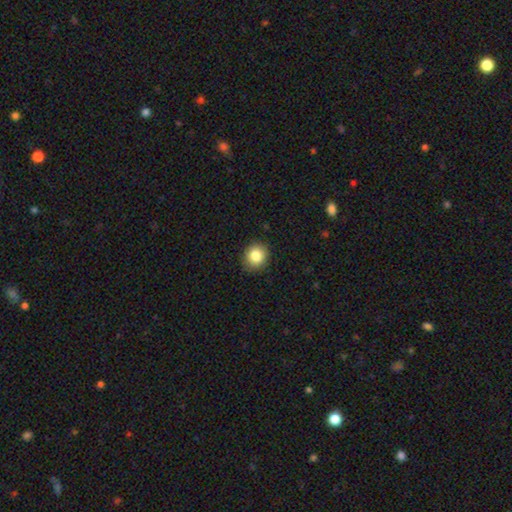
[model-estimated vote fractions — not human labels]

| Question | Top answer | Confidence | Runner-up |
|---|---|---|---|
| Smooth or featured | smooth | 84% | star or artifact (10%) |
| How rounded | round | 80% | in between (20%) |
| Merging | none | 90% | minor disturbance (8%) |